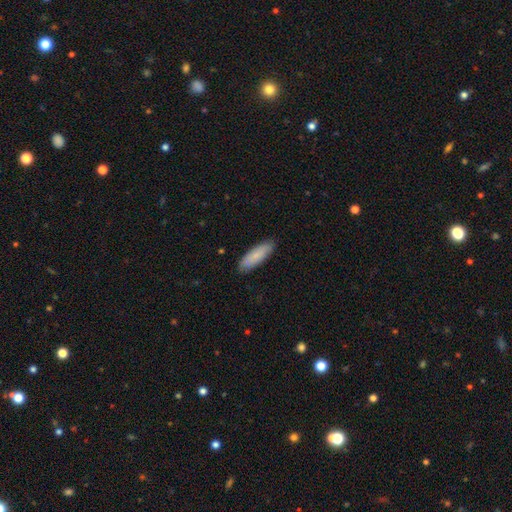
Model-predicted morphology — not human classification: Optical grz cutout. It shows a smooth galaxy with no disk features (81%) that is in between round and cigar-shaped (52%). Merging: none (86%).